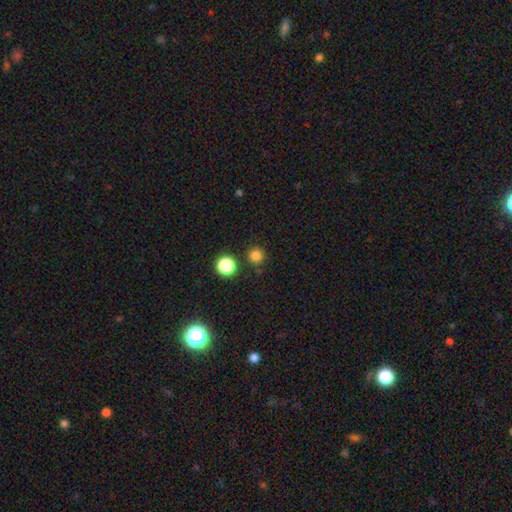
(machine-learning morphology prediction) Q: Smooth or featured?
A: smooth (80%); runner-up: star or artifact (16%)
Q: How rounded?
A: round (95%); runner-up: in between (4%)
Q: Merging?
A: none (87%); runner-up: minor disturbance (6%)